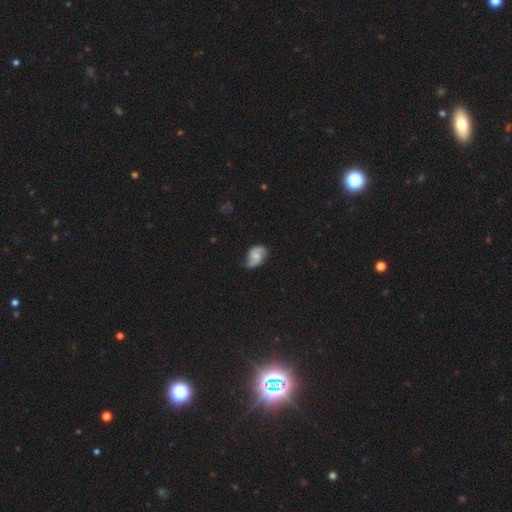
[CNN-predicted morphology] Q: Smooth or featured?
A: featured or disk (67%); runner-up: smooth (26%)
Q: Edge-on disk?
A: no (97%); runner-up: yes (3%)
Q: Bar?
A: no (50%); runner-up: weak (42%)
Q: Spiral arms?
A: yes (94%); runner-up: no (6%)
Q: Spiral winding?
A: medium (42%); runner-up: loose (41%)
Q: Spiral arm count?
A: 2 (89%); runner-up: can't tell (5%)
Q: Bulge size?
A: small (39%); runner-up: moderate (33%)
Q: Merging?
A: none (70%); runner-up: minor disturbance (23%)